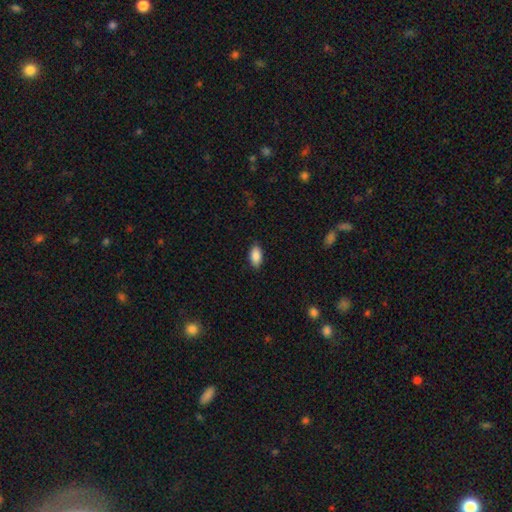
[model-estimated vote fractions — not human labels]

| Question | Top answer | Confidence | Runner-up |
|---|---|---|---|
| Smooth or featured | smooth | 88% | star or artifact (7%) |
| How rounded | in between | 92% | cigar-shaped (4%) |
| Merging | none | 87% | minor disturbance (10%) |